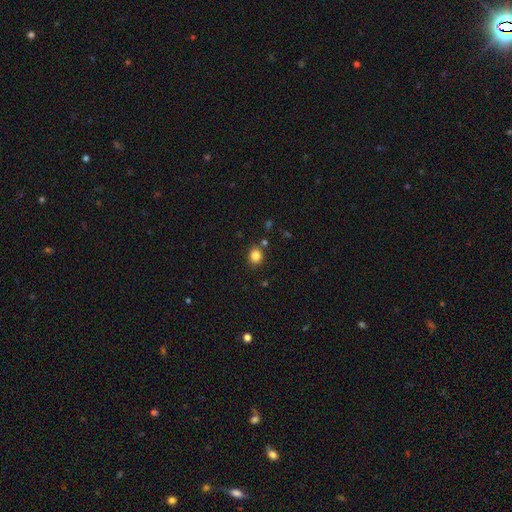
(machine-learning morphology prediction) type=smooth (83%); roundness=round (74%); merging=none (84%).